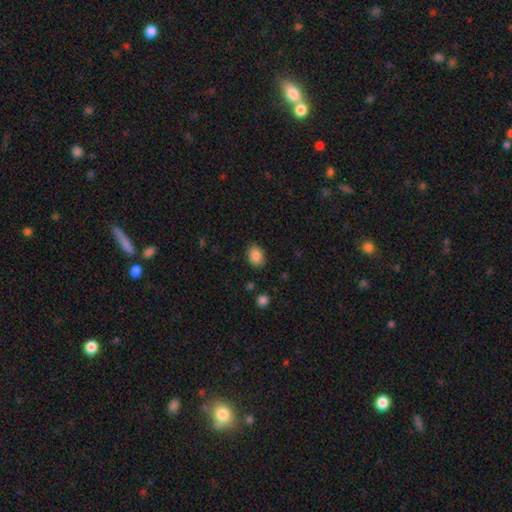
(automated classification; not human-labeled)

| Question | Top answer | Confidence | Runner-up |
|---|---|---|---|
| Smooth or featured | smooth | 87% | star or artifact (8%) |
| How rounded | in between | 73% | round (26%) |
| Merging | none | 85% | minor disturbance (11%) |